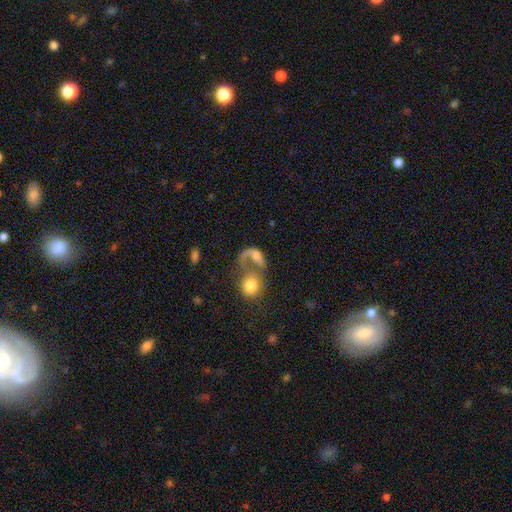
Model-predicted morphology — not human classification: This is marginally a featured or disk galaxy (45%). Merging: possibly merger (53%).